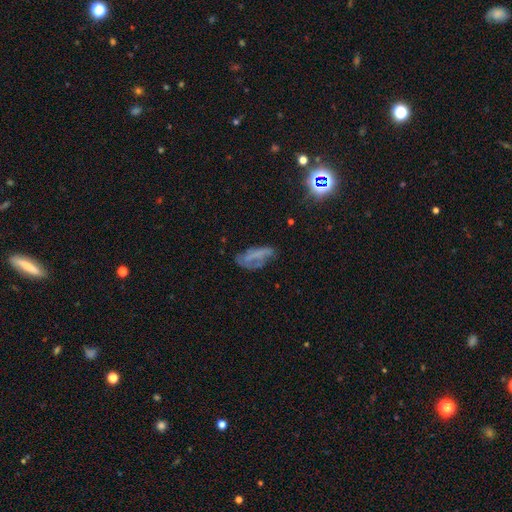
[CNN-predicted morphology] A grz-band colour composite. It shows a featured or disk galaxy (43%). Merging: none (48%).